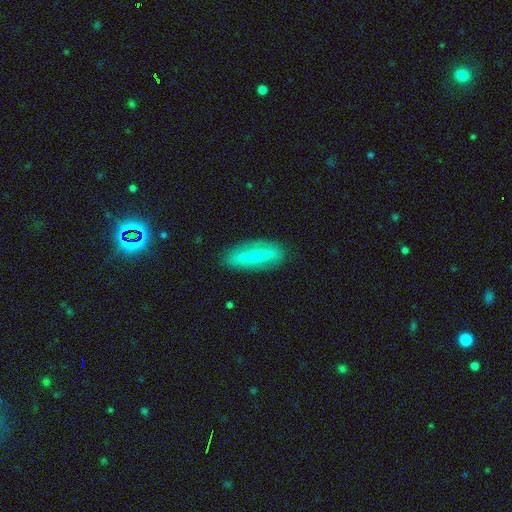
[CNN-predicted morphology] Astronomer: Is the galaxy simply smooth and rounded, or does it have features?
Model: featured or disk — 53% (runner-up: smooth, 40%).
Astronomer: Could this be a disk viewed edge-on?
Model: no — 53% (runner-up: yes, 47%).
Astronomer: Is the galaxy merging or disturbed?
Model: none — 85%.